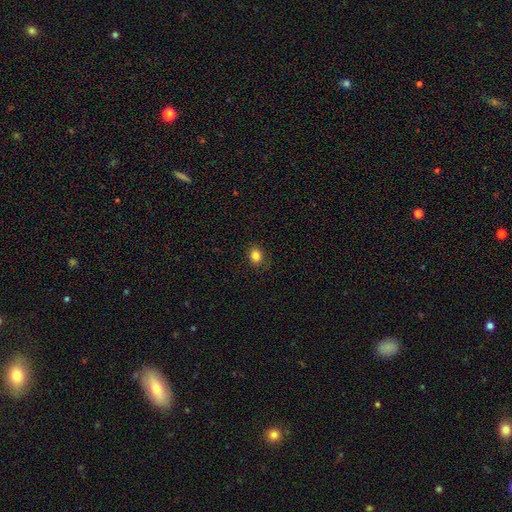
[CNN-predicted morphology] Q: Smooth or featured?
A: smooth (83%); runner-up: star or artifact (11%)
Q: How rounded?
A: round (59%); runner-up: in between (40%)
Q: Merging?
A: none (84%); runner-up: minor disturbance (12%)